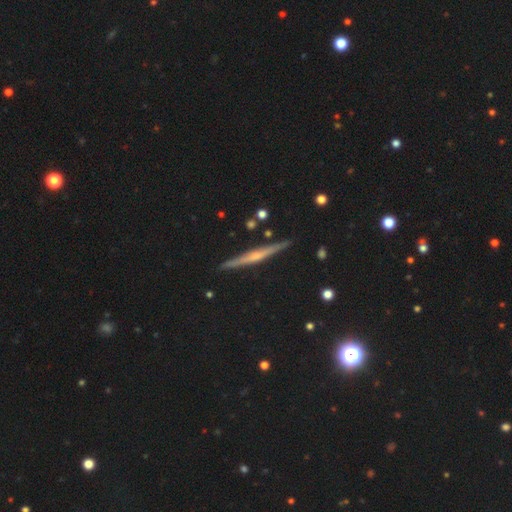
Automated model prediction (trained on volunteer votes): Smooth or featured?
  - featured or disk: 75% *
  - smooth: 17%
  - star or artifact: 8%
Edge-on disk?
  - yes: 98% *
  - no: 2%
Edge-on bulge?
  - rounded: 64% *
  - none: 27%
  - boxy: 9%
Merging?
  - none: 91% *
  - minor disturbance: 6%
  - merger: 1%
  - major disturbance: 1%